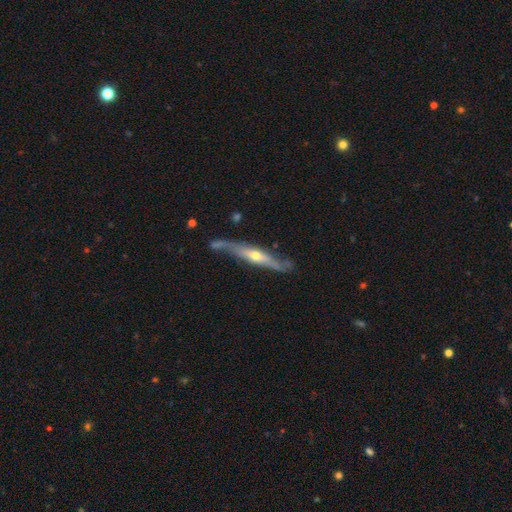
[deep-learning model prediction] The model was most divided on "merging": none: 61%, minor disturbance: 25%, major disturbance: 9%, merger: 6%. More confident: edge-on bulge — rounded (82%); edge-on disk — yes (78%); smooth or featured — featured or disk (70%).